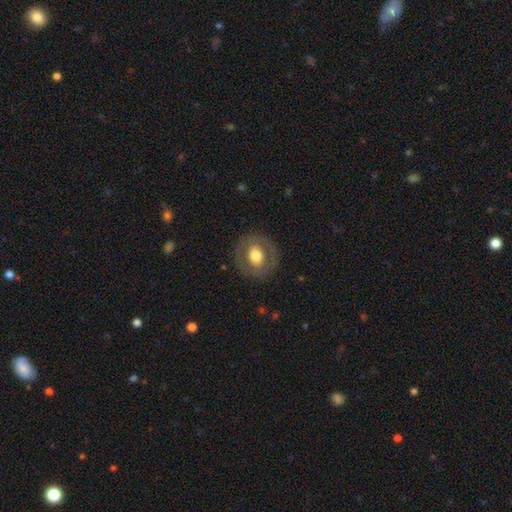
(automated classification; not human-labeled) Smooth or featured: smooth — 56% (featured or disk — 37%)
How rounded: round — 72% (in between — 27%)
Merging: none — 84% (minor disturbance — 10%)